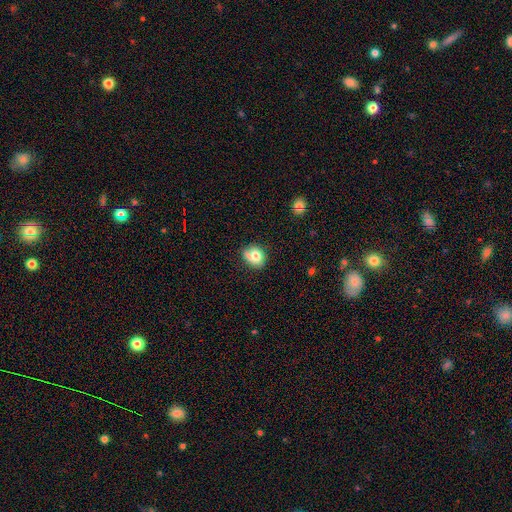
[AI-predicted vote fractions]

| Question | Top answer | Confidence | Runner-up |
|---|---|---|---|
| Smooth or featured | smooth | 72% | featured or disk (18%) |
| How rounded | round | 52% | in between (46%) |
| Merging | none | 50% | minor disturbance (28%) |